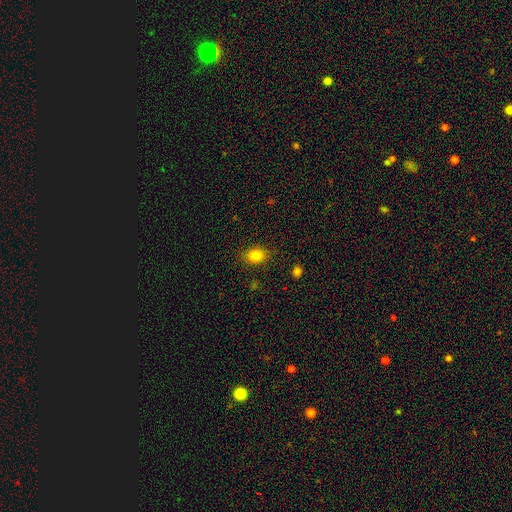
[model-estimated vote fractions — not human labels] Smooth or featured?
  - smooth: 82% *
  - star or artifact: 11%
  - featured or disk: 7%
How rounded?
  - in between: 65% *
  - round: 34%
  - cigar-shaped: 1%
Merging?
  - none: 85% *
  - minor disturbance: 11%
  - major disturbance: 3%
  - merger: 1%